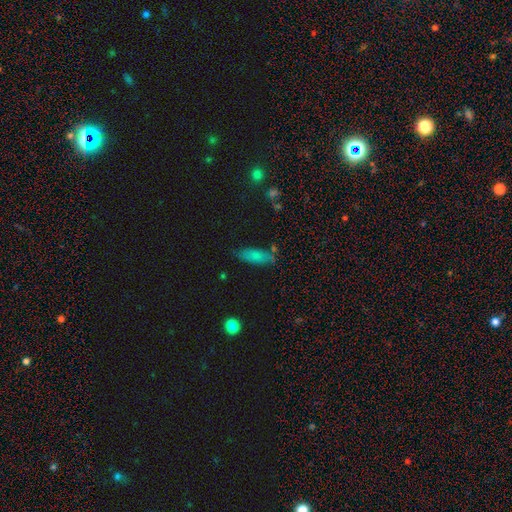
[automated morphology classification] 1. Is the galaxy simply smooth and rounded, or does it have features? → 68% smooth, 16% star or artifact, 15% featured or disk.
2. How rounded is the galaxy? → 60% in between, 37% cigar-shaped, 4% round.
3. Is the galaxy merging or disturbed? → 71% none, 18% minor disturbance, 6% merger, 5% major disturbance.